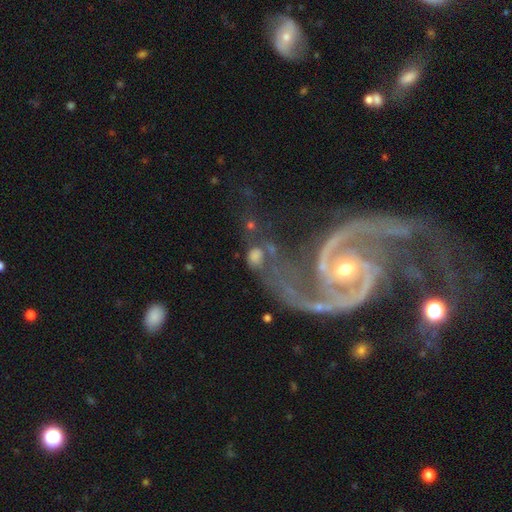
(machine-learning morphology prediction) Q: Smooth or featured?
A: featured or disk (60%); runner-up: smooth (26%)
Q: Edge-on disk?
A: no (93%); runner-up: yes (7%)
Q: Bar?
A: no (46%); runner-up: weak (33%)
Q: Spiral arms?
A: yes (77%); runner-up: no (23%)
Q: Bulge size?
A: small (41%); runner-up: moderate (39%)
Q: Merging?
A: none (38%); runner-up: major disturbance (25%)